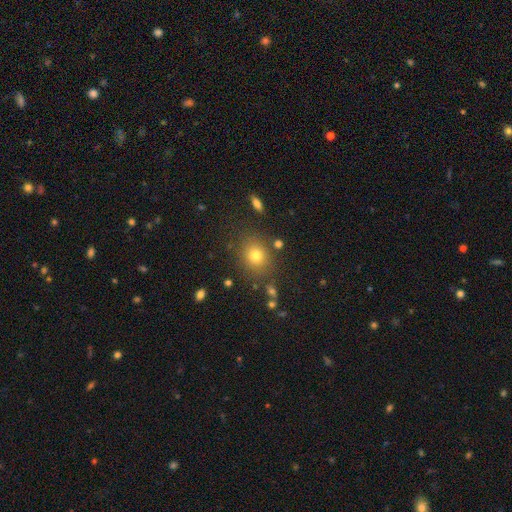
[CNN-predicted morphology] Smooth or featured: smooth — 75% (star or artifact — 15%)
How rounded: round — 74% (in between — 25%)
Merging: none — 82% (minor disturbance — 10%)